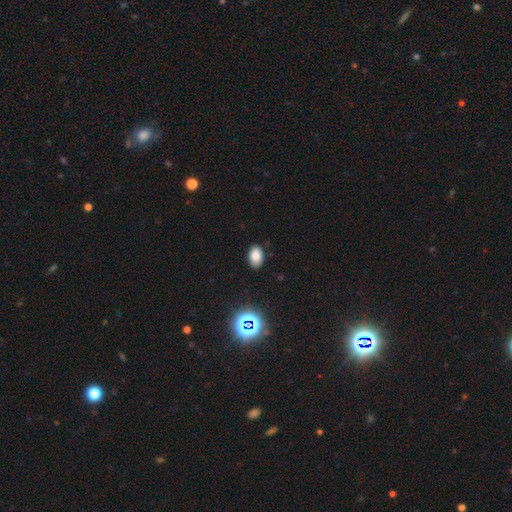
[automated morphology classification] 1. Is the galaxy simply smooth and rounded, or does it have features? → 81% smooth, 13% star or artifact, 6% featured or disk.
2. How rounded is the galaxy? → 85% in between, 13% round, 1% cigar-shaped.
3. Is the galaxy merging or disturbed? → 83% none, 13% minor disturbance, 3% major disturbance, 1% merger.